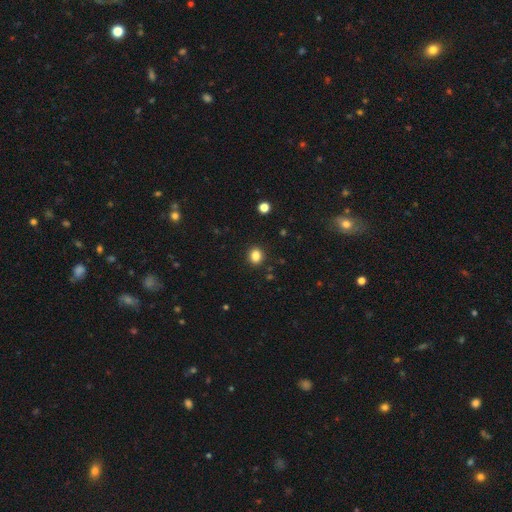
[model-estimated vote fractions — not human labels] smooth_or_featured: smooth (p=0.85) [alt: star or artifact p=0.11]
how_rounded: round (p=0.64) [alt: in between p=0.35]
merging: none (p=0.90) [alt: minor disturbance p=0.07]